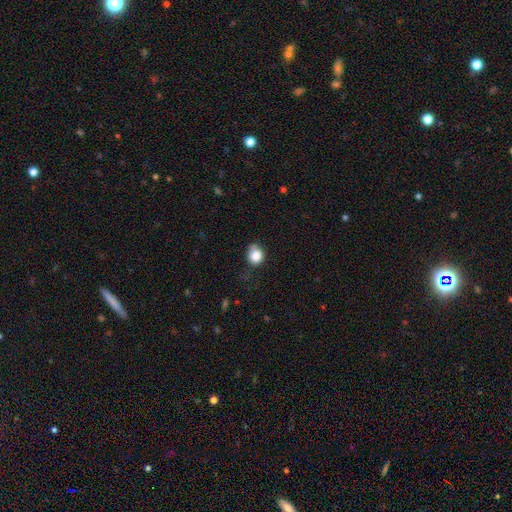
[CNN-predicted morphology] smooth-or-featured: smooth: 83% | star or artifact: 10% | featured or disk: 7%
  how-rounded: round: 73% | in between: 26% | cigar-shaped: 1%
  merging: none: 47% | minor disturbance: 35% | major disturbance: 12% | merger: 6%